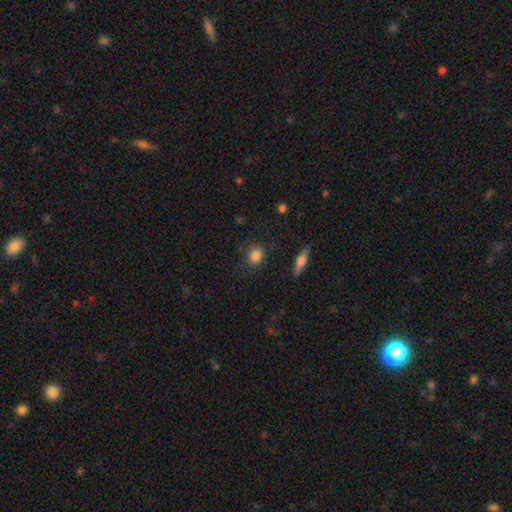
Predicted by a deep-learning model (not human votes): smooth-or-featured: smooth: 84% | star or artifact: 9% | featured or disk: 8%
  how-rounded: round: 49% (tied) | in between: 49% (tied) | cigar-shaped: 3%
  merging: none: 82% | minor disturbance: 13% | major disturbance: 4% | merger: 2%